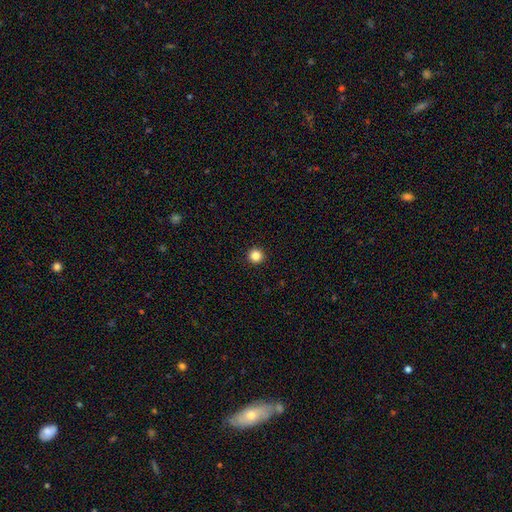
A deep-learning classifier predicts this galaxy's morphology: A smooth galaxy with no disk features (85%) that is round (96%).

Vote fractions:
- Smooth or featured? smooth: 85% / star or artifact: 12% / featured or disk: 4%
- How rounded? round: 96% / in between: 3% / cigar-shaped: 1%
- Merging? none: 94% / minor disturbance: 4% / major disturbance: 1% / merger: 1%